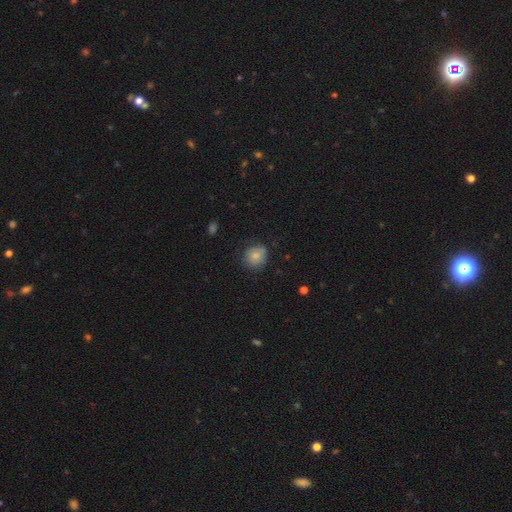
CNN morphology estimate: This appears to be a smooth galaxy with no disk features (77%) that is round (81%). Merging: none (69%).